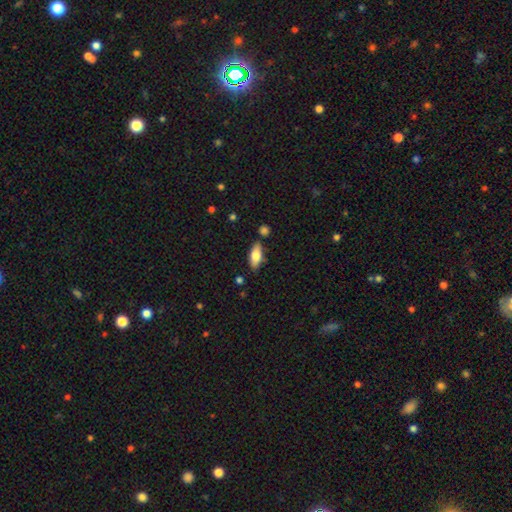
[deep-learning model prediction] Smooth or featured?
  - smooth: 73% *
  - featured or disk: 20%
  - star or artifact: 7%
How rounded?
  - in between: 77% *
  - cigar-shaped: 21%
  - round: 2%
Merging?
  - none: 79% *
  - minor disturbance: 13%
  - merger: 5%
  - major disturbance: 3%